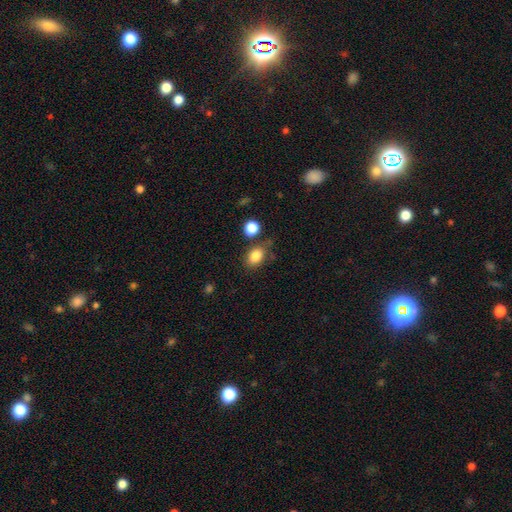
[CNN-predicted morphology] Smooth or featured?
  - smooth: 85% *
  - star or artifact: 9%
  - featured or disk: 6%
How rounded?
  - in between: 70% *
  - round: 29%
  - cigar-shaped: 1%
Merging?
  - none: 69% *
  - minor disturbance: 16%
  - merger: 10%
  - major disturbance: 5%